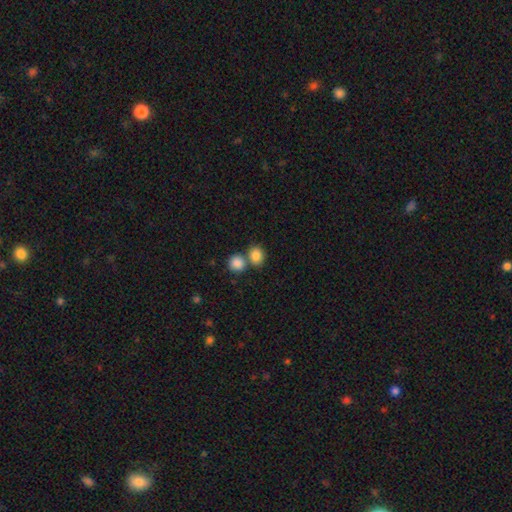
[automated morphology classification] smooth 85%, star or artifact 9%, featured or disk 6%. Down the decision tree: how rounded — round (65%); merging — none (51%).